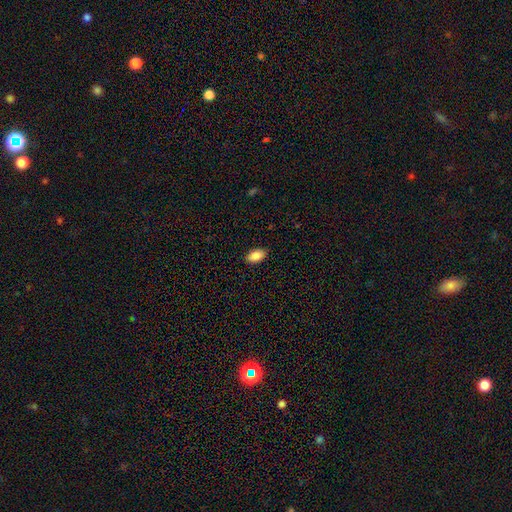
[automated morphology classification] type=smooth (87%); roundness=in between (94%); merging=none (89%).